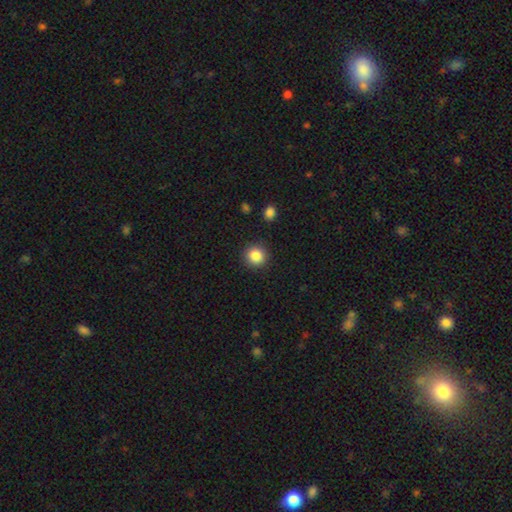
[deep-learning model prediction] Morphology: type=smooth (86%); roundness=round (92%); merging=none (90%).